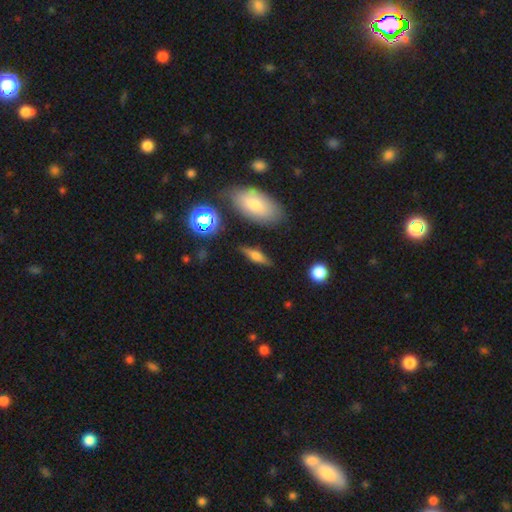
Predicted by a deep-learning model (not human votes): A smooth galaxy with no disk features (46%). Merging: none (82%).